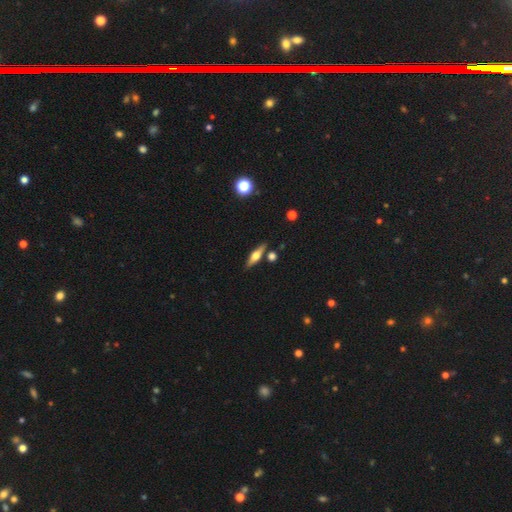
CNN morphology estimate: Smooth or featured? featured or disk (58%)
Edge-on disk? yes (95%)
Edge-on bulge? rounded (92%)
Merging? none (82%)